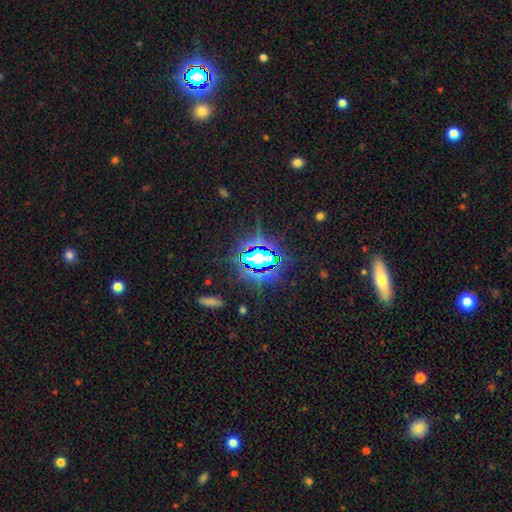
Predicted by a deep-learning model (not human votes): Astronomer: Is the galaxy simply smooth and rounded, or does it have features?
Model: star or artifact — 78%.